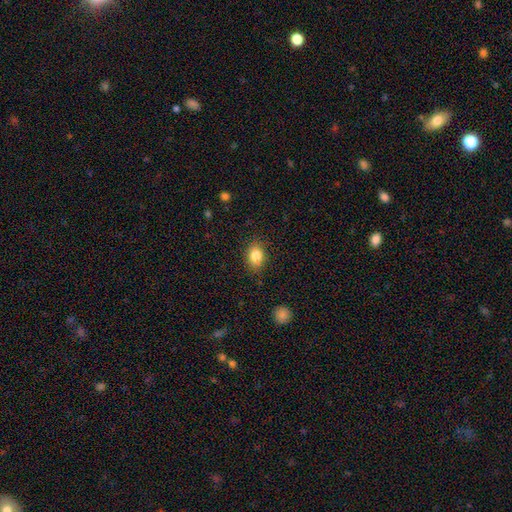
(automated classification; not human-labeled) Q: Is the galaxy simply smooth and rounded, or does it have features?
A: smooth — 83%.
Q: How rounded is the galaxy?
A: in between — 71%.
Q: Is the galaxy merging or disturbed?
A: none — 85%.